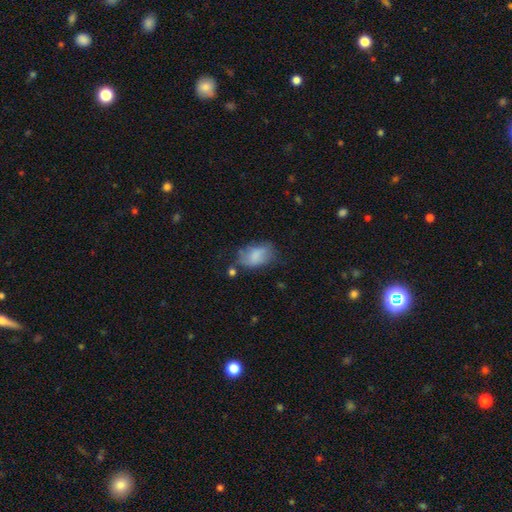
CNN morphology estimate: smooth_or_featured: smooth (p=0.74) [alt: featured or disk p=0.18]
how_rounded: in between (p=0.88) [alt: round p=0.10]
merging: none (p=0.51) [alt: minor disturbance p=0.31]